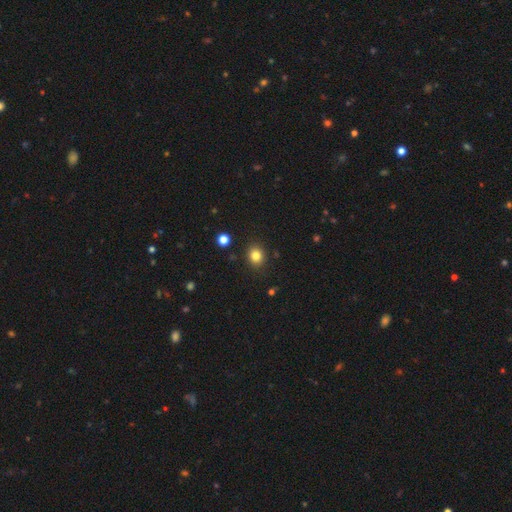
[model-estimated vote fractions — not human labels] Overall: smooth (83%). How rounded: round (71%). Merging: none (88%).